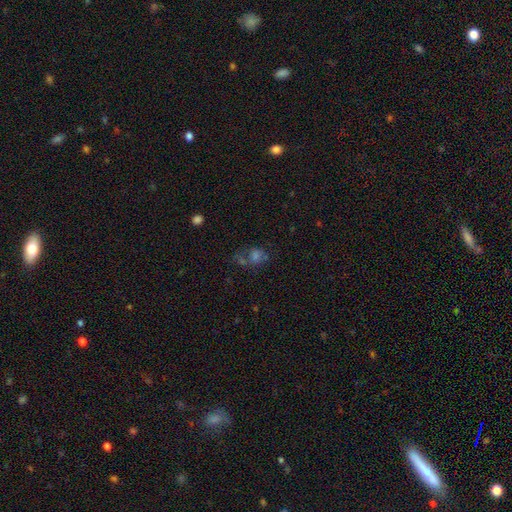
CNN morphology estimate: type=smooth (45%); merging=none (43%).